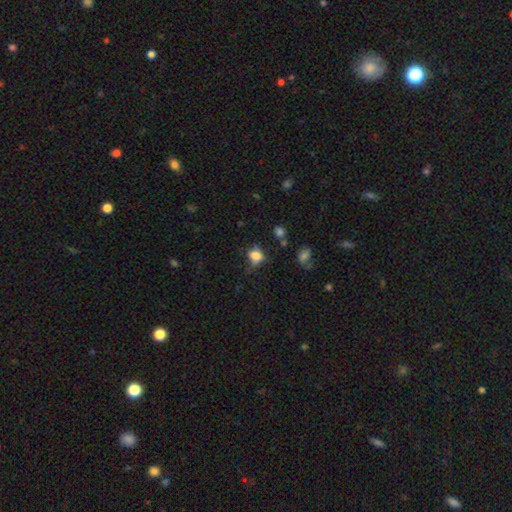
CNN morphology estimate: Q: Smooth or featured?
A: smooth (75%); runner-up: featured or disk (13%)
Q: How rounded?
A: in between (60%); runner-up: round (38%)
Q: Merging?
A: none (49%); runner-up: minor disturbance (28%)